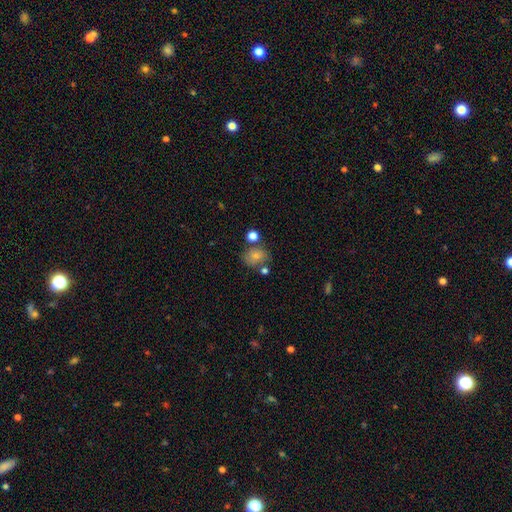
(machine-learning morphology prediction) smooth 74%, featured or disk 14%, star or artifact 11%. Down the decision tree: how rounded — round (57%); merging — none (60%).